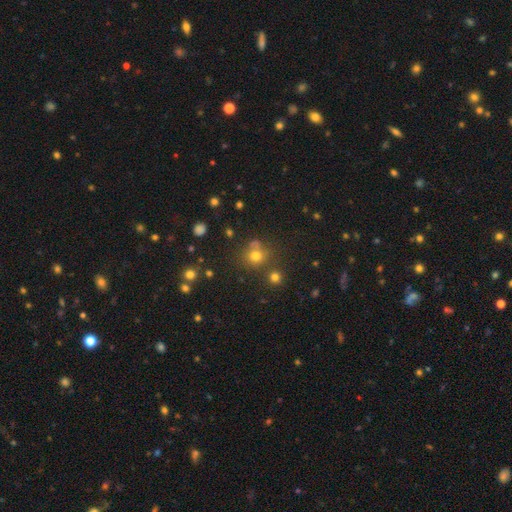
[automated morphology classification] Overall: smooth (71%). How rounded: round (83%). Merging: none (66%).